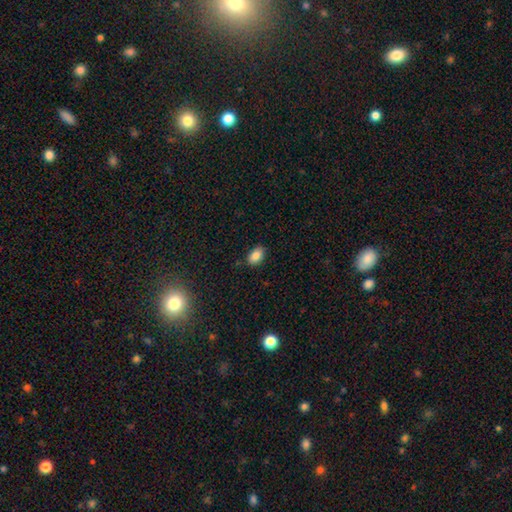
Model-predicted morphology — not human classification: smooth 86%, star or artifact 9%, featured or disk 5%. Down the decision tree: how rounded — in between (89%); merging — none (84%).